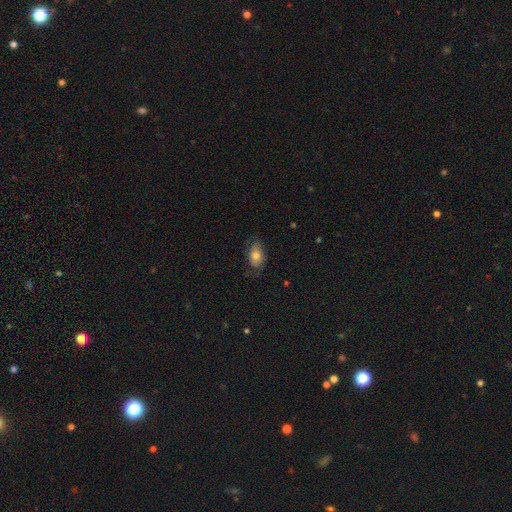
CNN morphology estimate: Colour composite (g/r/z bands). It shows a smooth galaxy with no disk features (55%) that is in between round and cigar-shaped (86%). Merging: none (67%).